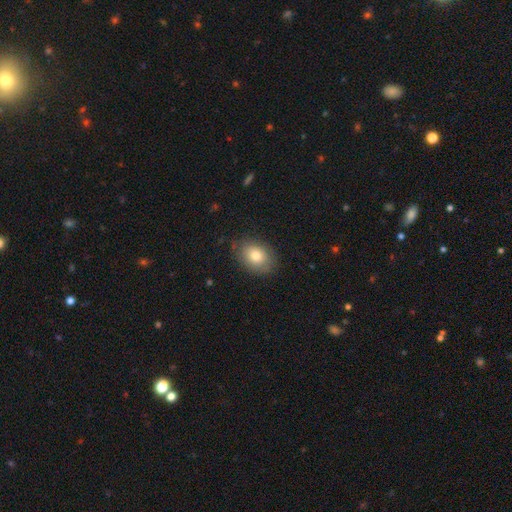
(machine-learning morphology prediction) A smooth galaxy with no disk features (78%) that is in between round and cigar-shaped (69%). Merging: none (80%).